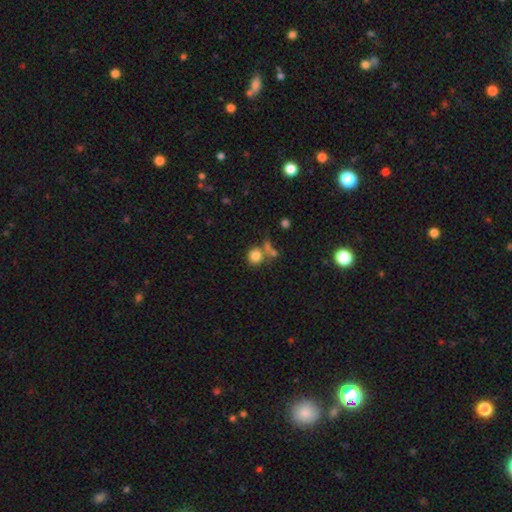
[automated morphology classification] Overall: smooth (81%). How rounded: round (86%). Merging: none (59%; merger 25%).